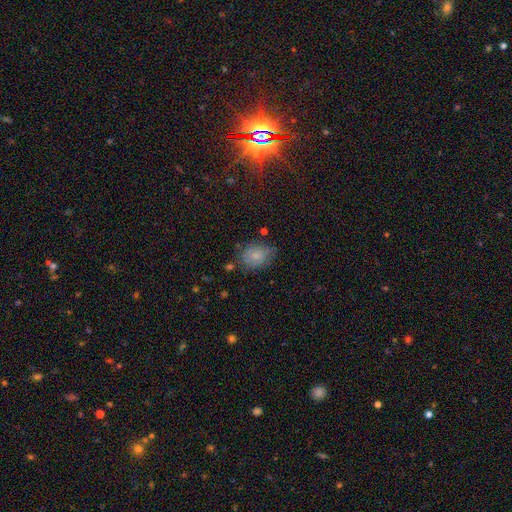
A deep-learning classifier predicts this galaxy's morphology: This is likely a smooth galaxy (73%). How rounded: possibly in between (57%). Merging: possibly none (58%).